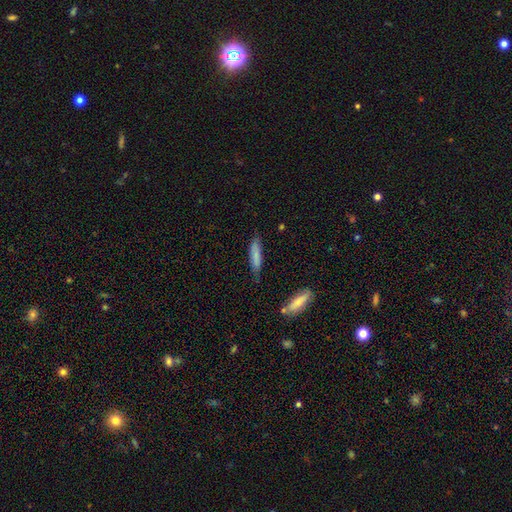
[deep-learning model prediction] smooth_or_featured: smooth (p=0.77) [alt: featured or disk p=0.17]
how_rounded: cigar-shaped (p=0.76) [alt: in between p=0.22]
merging: none (p=0.68) [alt: minor disturbance p=0.24]